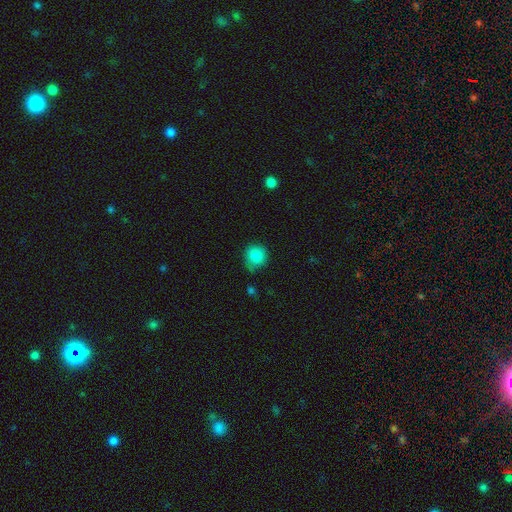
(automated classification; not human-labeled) This appears to be a smooth galaxy with no disk features (84%) that is round (87%). Merging: none (71%).